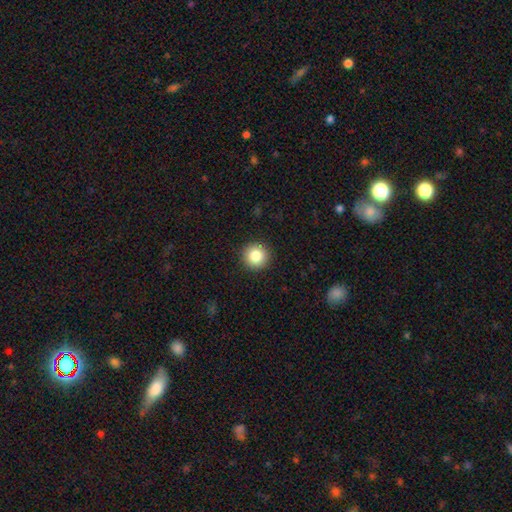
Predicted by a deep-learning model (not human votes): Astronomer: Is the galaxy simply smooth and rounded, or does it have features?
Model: smooth — 85%.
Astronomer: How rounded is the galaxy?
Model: round — 95%.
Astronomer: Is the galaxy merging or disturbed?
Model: none — 92%.